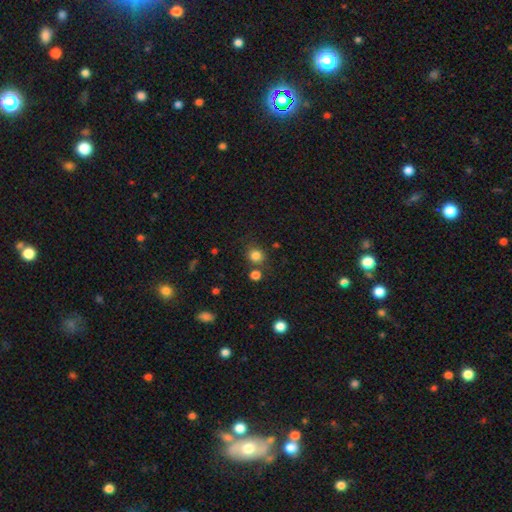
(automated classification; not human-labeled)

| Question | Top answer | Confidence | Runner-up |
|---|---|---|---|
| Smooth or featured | smooth | 82% | star or artifact (13%) |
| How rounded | round | 83% | in between (16%) |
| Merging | none | 75% | merger (11%) |